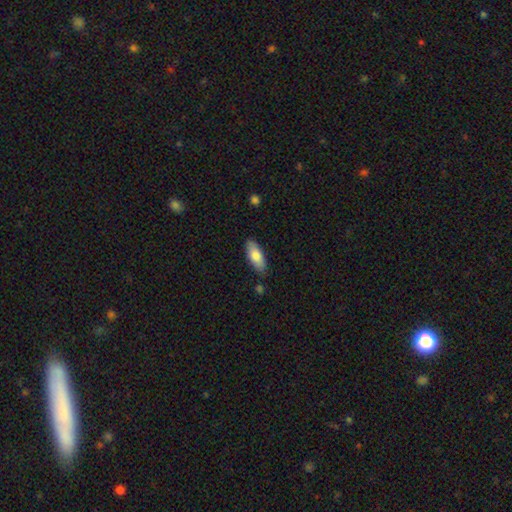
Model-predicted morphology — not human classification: Smooth or featured: smooth — 78% (featured or disk — 16%)
How rounded: in between — 77% (cigar-shaped — 21%)
Merging: none — 83% (minor disturbance — 13%)